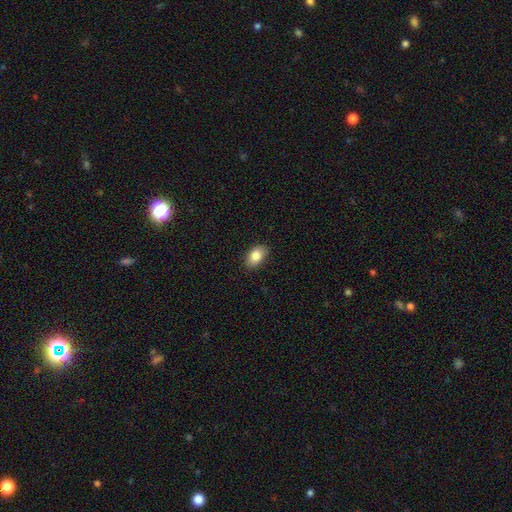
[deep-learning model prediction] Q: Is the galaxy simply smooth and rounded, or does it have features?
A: smooth — 84%.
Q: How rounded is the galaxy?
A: in between — 89%.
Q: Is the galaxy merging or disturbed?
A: none — 87%.